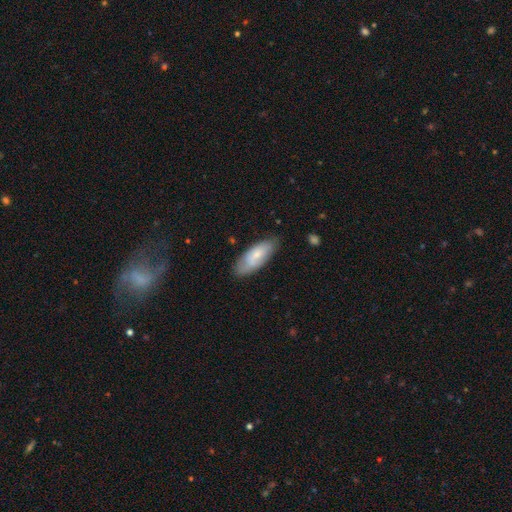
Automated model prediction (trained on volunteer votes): Overall: smooth (67%). How rounded: in between (78%). Merging: none (73%).